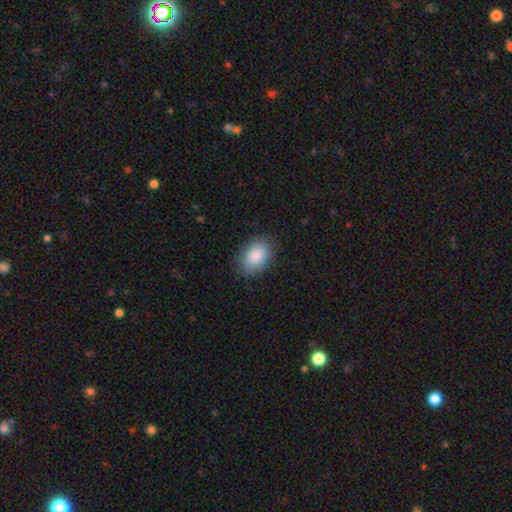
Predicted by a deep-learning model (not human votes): Overall: smooth (88%). How rounded: in between (85%). Merging: none (84%).